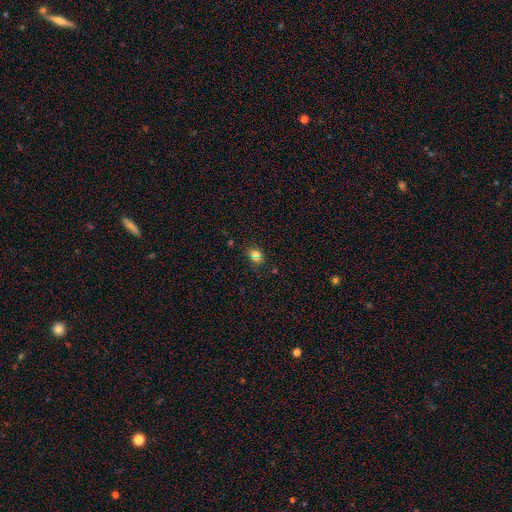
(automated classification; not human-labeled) A smooth galaxy with no disk features (67%) that is round (61%).

Vote fractions:
- Smooth or featured? smooth: 67% / star or artifact: 24% / featured or disk: 9%
- How rounded? round: 61% / in between: 38% / cigar-shaped: 2%
- Merging? none: 81% / minor disturbance: 11% / merger: 5% / major disturbance: 3%